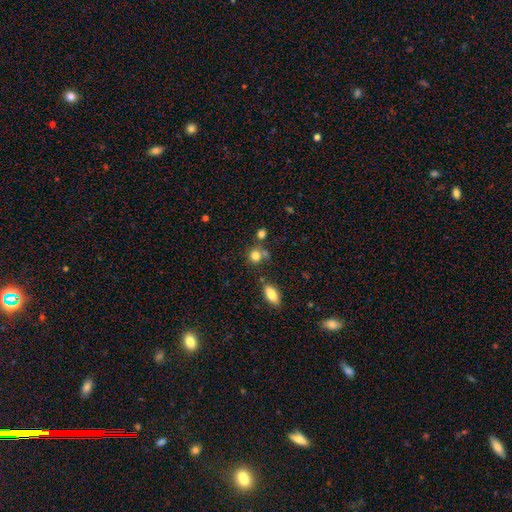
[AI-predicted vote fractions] smooth-or-featured: smooth: 81% | star or artifact: 12% | featured or disk: 8%
  how-rounded: round: 82% | in between: 17% | cigar-shaped: 1%
  merging: none: 61% | merger: 23% | minor disturbance: 12% | major disturbance: 4%